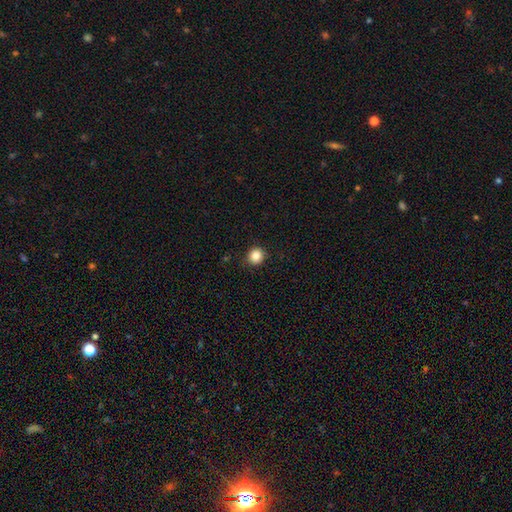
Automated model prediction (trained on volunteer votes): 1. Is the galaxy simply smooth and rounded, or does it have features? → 85% smooth, 11% star or artifact, 4% featured or disk.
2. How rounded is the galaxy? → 90% round, 9% in between, 1% cigar-shaped.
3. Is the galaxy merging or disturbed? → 89% none, 8% minor disturbance, 2% major disturbance, 1% merger.